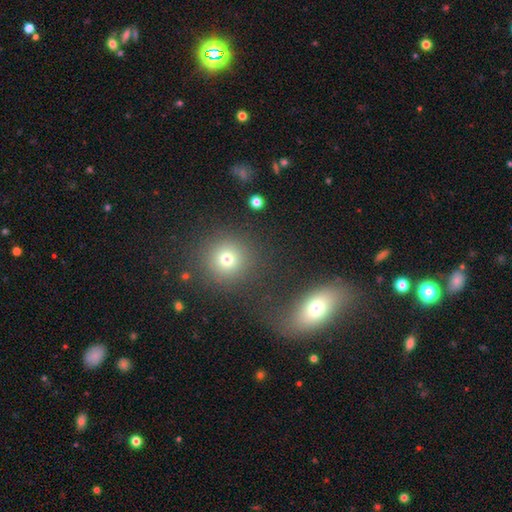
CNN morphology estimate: This appears to be a smooth galaxy with no disk features (59%) that is round (76%). Merging: none (68%).